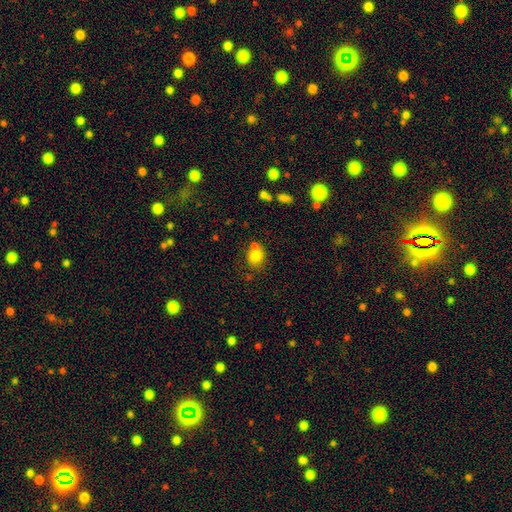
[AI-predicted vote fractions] Smooth or featured: smooth — 78% (star or artifact — 11%)
How rounded: round — 67% (in between — 32%)
Merging: none — 57% (merger — 25%)